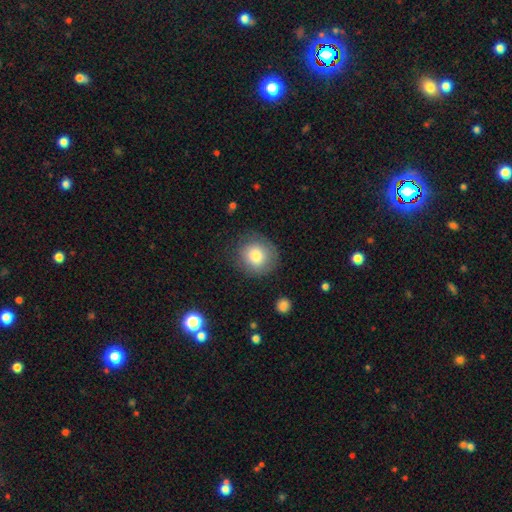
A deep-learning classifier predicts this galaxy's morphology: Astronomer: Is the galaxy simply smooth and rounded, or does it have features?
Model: smooth — 80%.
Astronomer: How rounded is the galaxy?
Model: round — 88%.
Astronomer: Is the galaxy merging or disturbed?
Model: none — 77%.